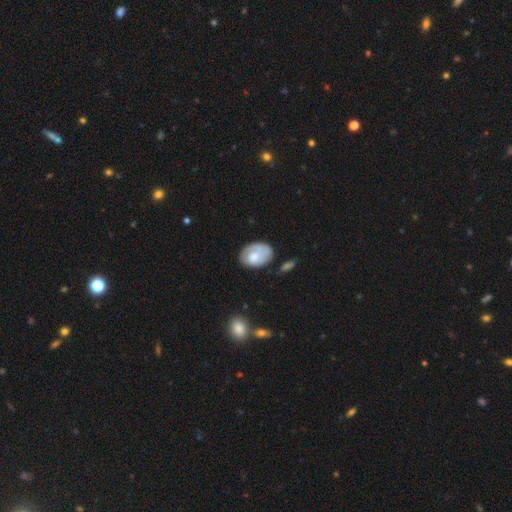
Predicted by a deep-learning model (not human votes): Q: Smooth or featured?
A: smooth (57%); runner-up: featured or disk (37%)
Q: How rounded?
A: in between (79%); runner-up: round (20%)
Q: Merging?
A: none (62%); runner-up: minor disturbance (25%)